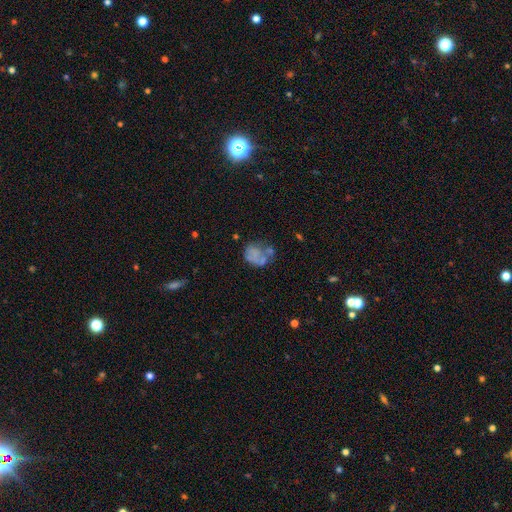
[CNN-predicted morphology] smooth_or_featured: smooth (p=0.48) [alt: featured or disk p=0.41]
merging: none (p=0.33) [alt: major disturbance p=0.27]